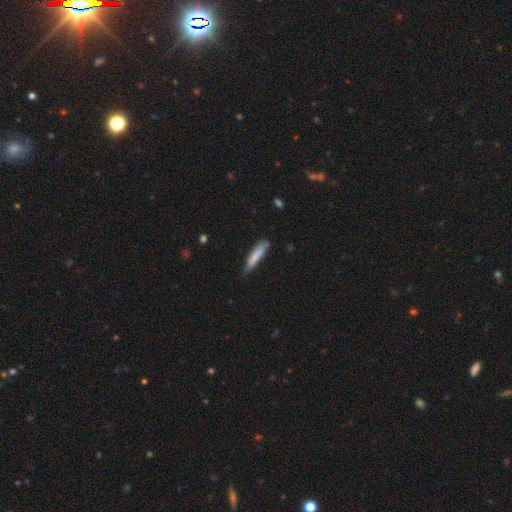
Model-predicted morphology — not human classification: smooth_or_featured: smooth (p=0.77) [alt: featured or disk p=0.17]
how_rounded: cigar-shaped (p=0.88) [alt: in between p=0.10]
merging: none (p=0.66) [alt: minor disturbance p=0.27]